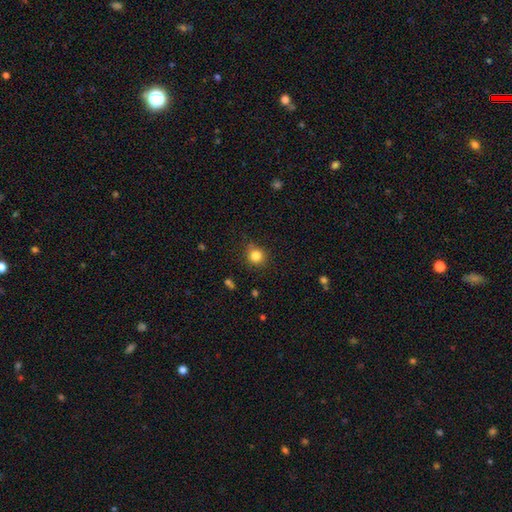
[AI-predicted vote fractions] smooth_or_featured: smooth (p=0.83) [alt: star or artifact p=0.12]
how_rounded: round (p=0.89) [alt: in between p=0.10]
merging: none (p=0.83) [alt: minor disturbance p=0.12]